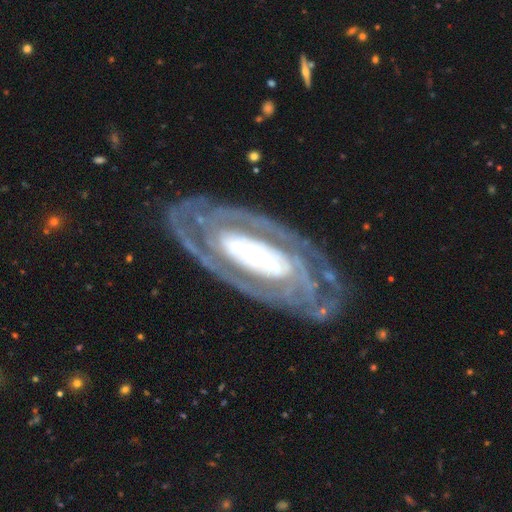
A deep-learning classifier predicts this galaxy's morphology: Smooth or featured? Predicted: featured or disk (p=0.88). Edge-on disk? Predicted: no (p=0.92). Bar? Predicted: no (p=0.53). Spiral arms? Predicted: yes (p=0.92). Spiral winding? Predicted: tight (p=0.72). Spiral arm count? Predicted: 2 (p=0.40). Bulge size? Predicted: small (p=0.57). Merging? Predicted: none (p=0.77).